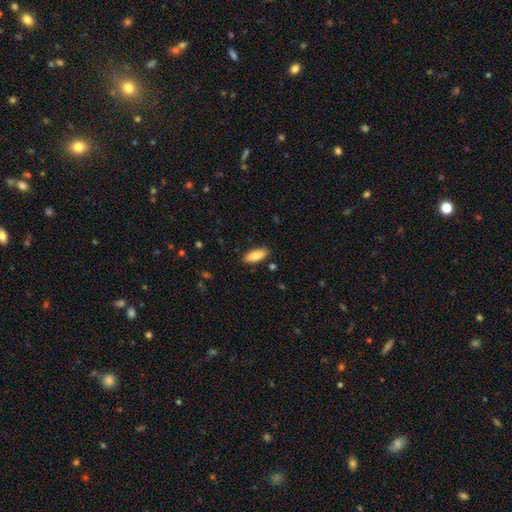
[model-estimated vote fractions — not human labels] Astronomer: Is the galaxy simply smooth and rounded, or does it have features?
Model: smooth — 84%.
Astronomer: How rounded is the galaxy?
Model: in between — 79%.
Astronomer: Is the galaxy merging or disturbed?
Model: none — 86%.